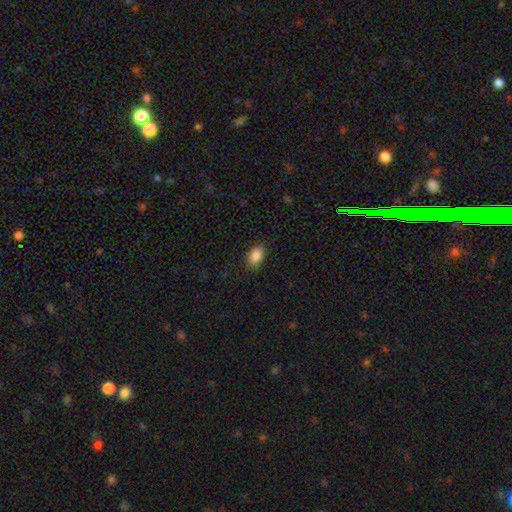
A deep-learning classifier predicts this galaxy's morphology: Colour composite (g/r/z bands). It shows a smooth galaxy with no disk features (88%) that is in between round and cigar-shaped (84%). Merging: none (83%).